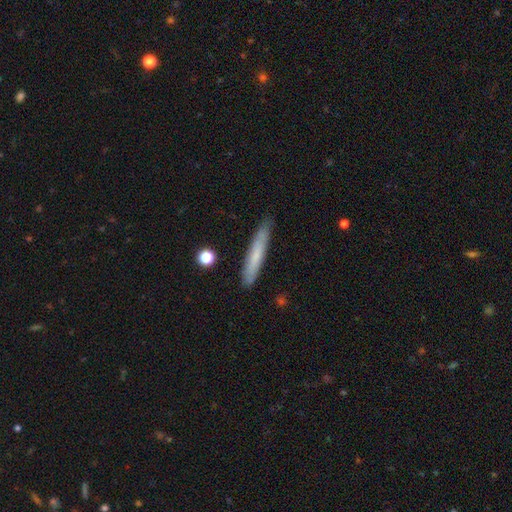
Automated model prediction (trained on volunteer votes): A smooth galaxy with no disk features (65%) that is cigar-shaped (94%).

Vote fractions:
- Smooth or featured? smooth: 65% / featured or disk: 28% / star or artifact: 7%
- How rounded? cigar-shaped: 94% / in between: 5% / round: 1%
- Merging? none: 85% / minor disturbance: 12% / major disturbance: 2% / merger: 2%